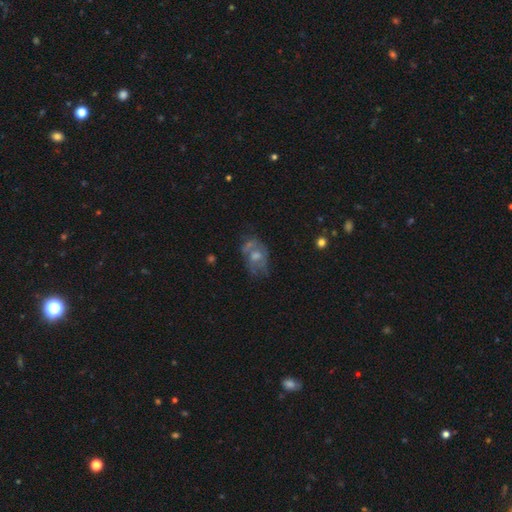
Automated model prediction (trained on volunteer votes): Smooth or featured: featured or disk — 56% (smooth — 28%)
Edge-on disk: no — 95% (yes — 5%)
Bar: no — 75% (weak — 21%)
Spiral arms: no — 51% (yes — 49%)
Bulge size: moderate — 56% (small — 29%)
Merging: none — 55% (minor disturbance — 23%)